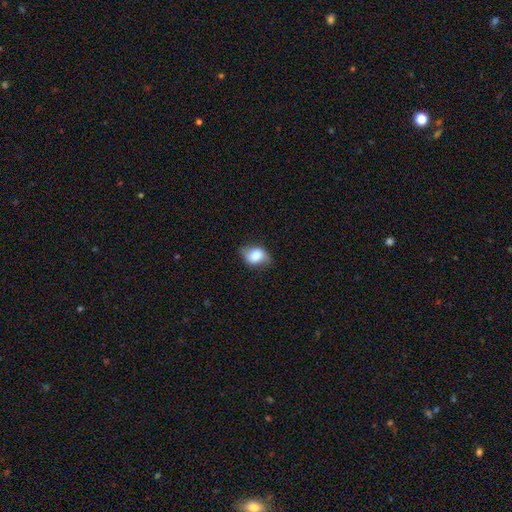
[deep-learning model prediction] smooth-or-featured: smooth: 79% | featured or disk: 13% | star or artifact: 8%
  how-rounded: in between: 72% | round: 27% | cigar-shaped: 2%
  merging: none: 71% | minor disturbance: 22% | major disturbance: 5% | merger: 1%